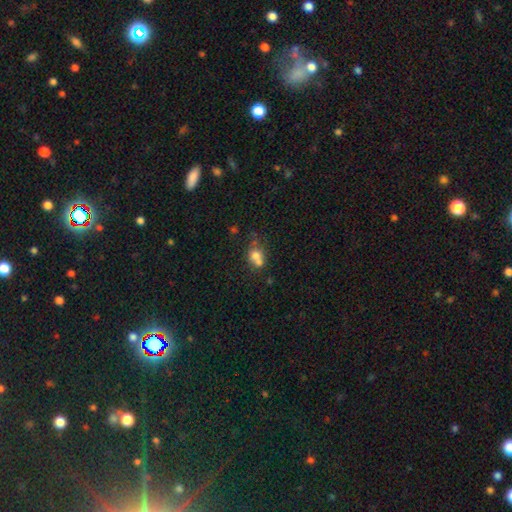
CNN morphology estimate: smooth_or_featured: smooth (p=0.69) [alt: featured or disk p=0.19]
how_rounded: round (p=0.58) [alt: in between p=0.40]
merging: merger (p=0.52) [alt: none p=0.30]